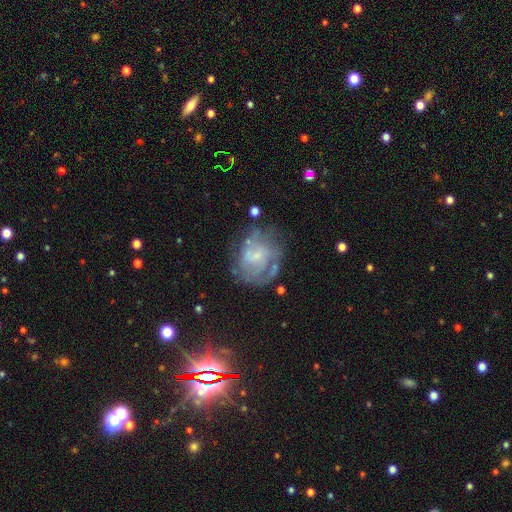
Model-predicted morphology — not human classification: Smooth or featured: featured or disk — 65% (smooth — 26%)
Edge-on disk: no — 98% (yes — 2%)
Bar: no — 59% (weak — 35%)
Spiral arms: yes — 64% (no — 36%)
Bulge size: small — 58% (moderate — 20%)
Merging: none — 51% (minor disturbance — 22%)